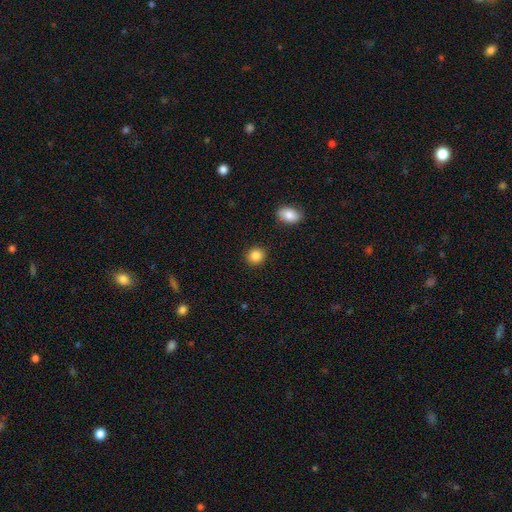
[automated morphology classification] Overall: smooth (87%). How rounded: round (83%). Merging: none (90%).